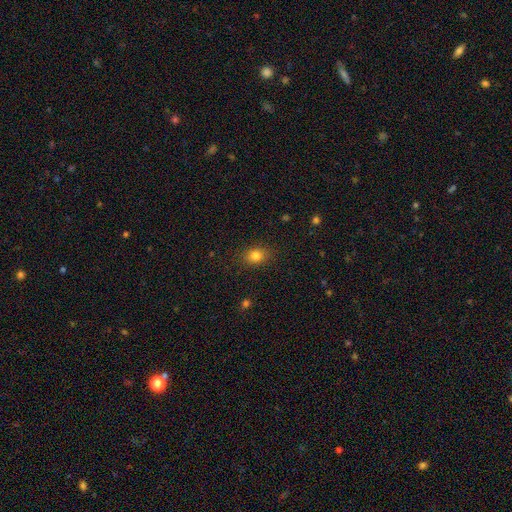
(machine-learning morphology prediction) smooth 82%, star or artifact 12%, featured or disk 7%. Down the decision tree: how rounded — in between (54%); merging — none (87%).